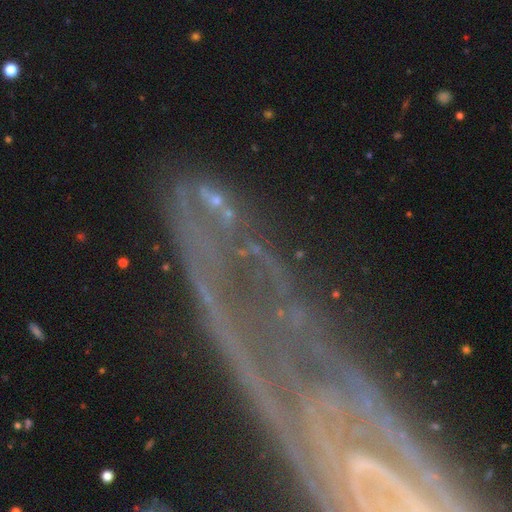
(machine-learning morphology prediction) Overall: featured or disk (45%; star or artifact 40%). Merging: none (61%).